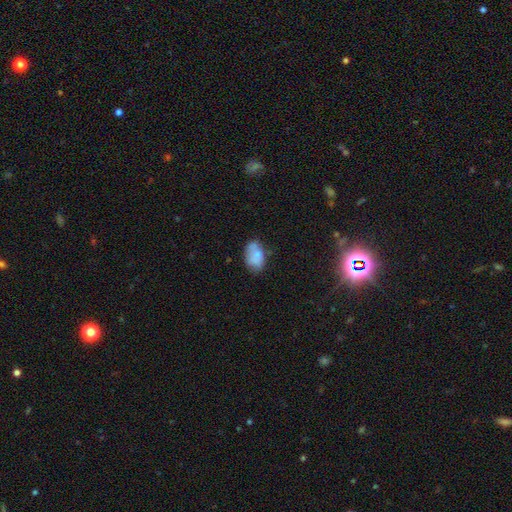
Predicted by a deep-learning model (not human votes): Morphology: type=smooth (70%); roundness=in between (88%); merging=none (51%).